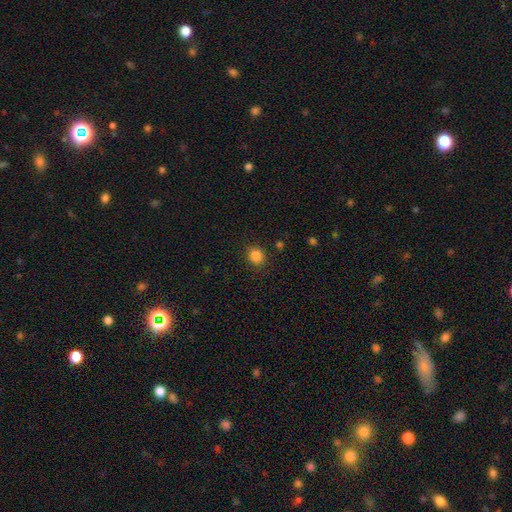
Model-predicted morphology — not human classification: smooth 85%, star or artifact 11%, featured or disk 4%. Down the decision tree: how rounded — round (77%); merging — none (88%).